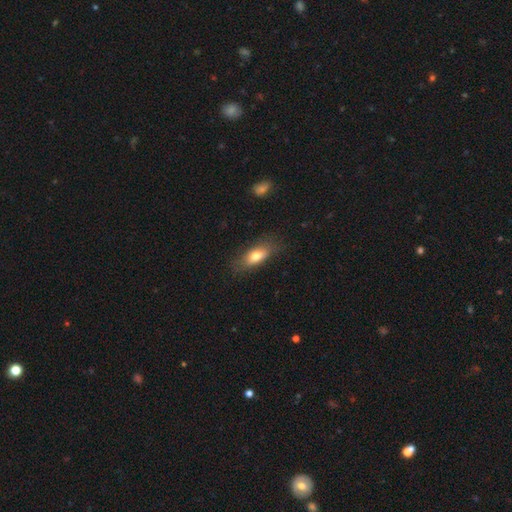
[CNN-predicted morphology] Q: Smooth or featured?
A: smooth (72%); runner-up: featured or disk (20%)
Q: How rounded?
A: in between (74%); runner-up: cigar-shaped (22%)
Q: Merging?
A: none (78%); runner-up: minor disturbance (16%)